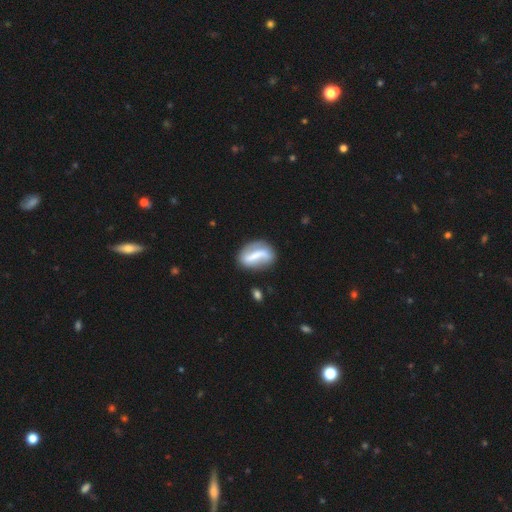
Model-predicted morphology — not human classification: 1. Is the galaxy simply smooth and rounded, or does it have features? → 64% featured or disk, 30% smooth, 7% star or artifact.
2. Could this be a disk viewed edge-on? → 93% no, 7% yes.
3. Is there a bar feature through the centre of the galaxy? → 63% strong, 23% weak, 14% no.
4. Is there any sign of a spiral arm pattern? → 71% yes, 29% no.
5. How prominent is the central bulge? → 33% none, 31% small, 24% moderate, 9% large, 3% dominant.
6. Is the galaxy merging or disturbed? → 65% none, 20% minor disturbance, 9% major disturbance, 5% merger.